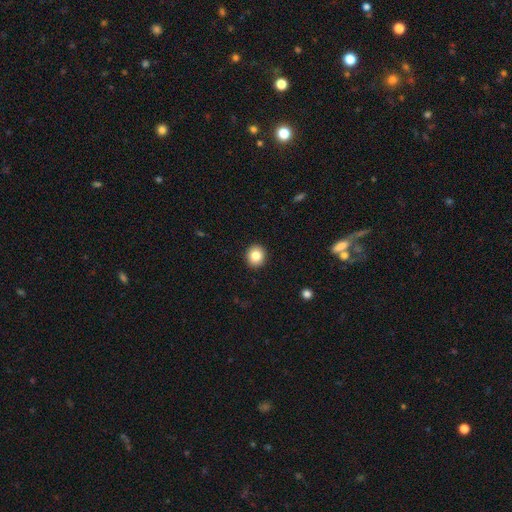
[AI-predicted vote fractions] smooth-or-featured: smooth: 83% | star or artifact: 9% | featured or disk: 7%
  how-rounded: round: 86% | in between: 13% | cigar-shaped: 1%
  merging: none: 93% | minor disturbance: 5% | major disturbance: 1% | merger: 1%